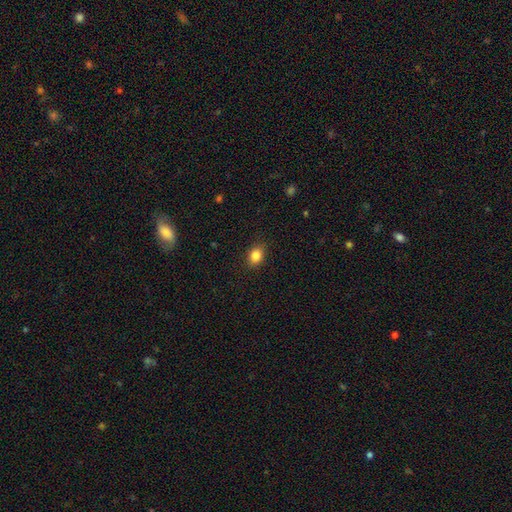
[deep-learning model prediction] Smooth or featured? smooth (84%)
How rounded? in between (59%)
Merging? none (87%)